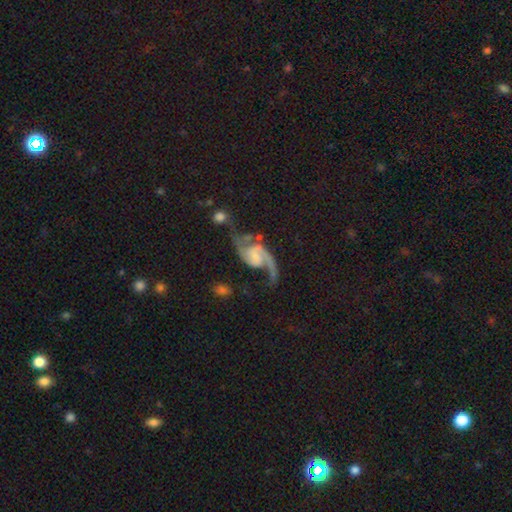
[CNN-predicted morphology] Smooth or featured? Predicted: featured or disk (p=0.89). Edge-on disk? Predicted: no (p=0.98). Bar? Predicted: no (p=0.45). Spiral arms? Predicted: yes (p=0.97). Spiral winding? Predicted: loose (p=0.67). Spiral arm count? Predicted: 2 (p=0.90). Bulge size? Predicted: small (p=0.38). Merging? Predicted: none (p=0.44).